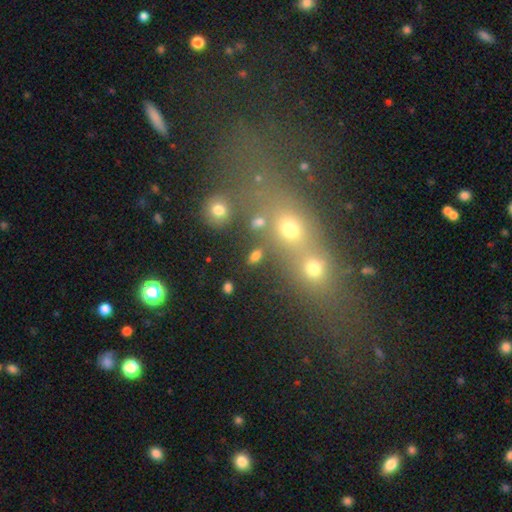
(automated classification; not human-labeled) smooth 72%, star or artifact 17%, featured or disk 11%. Down the decision tree: how rounded — in between (69%); merging — none (71%).